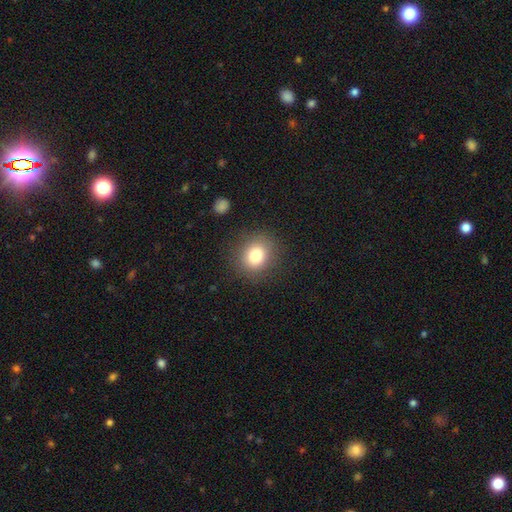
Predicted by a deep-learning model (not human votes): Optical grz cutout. It shows a smooth galaxy with no disk features (80%) that is round (78%). Merging: none (87%).